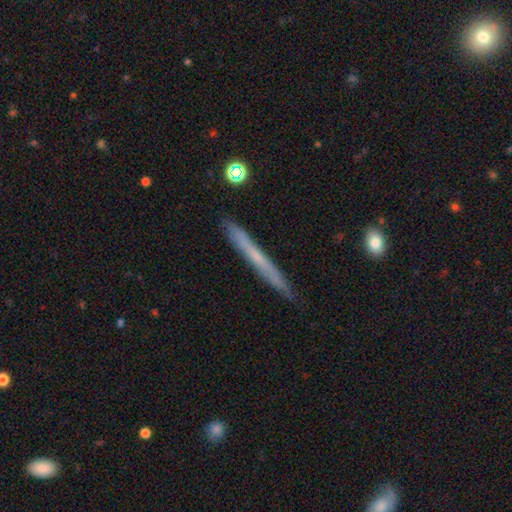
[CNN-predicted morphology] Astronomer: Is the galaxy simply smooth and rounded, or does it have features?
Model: featured or disk — 50% (runner-up: smooth, 43%).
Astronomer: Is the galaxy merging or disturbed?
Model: none — 89%.